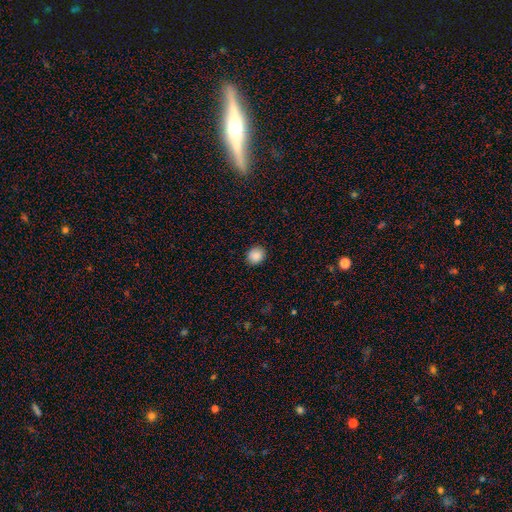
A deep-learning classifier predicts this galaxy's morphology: Smooth or featured? smooth (88%)
How rounded? round (69%)
Merging? none (90%)